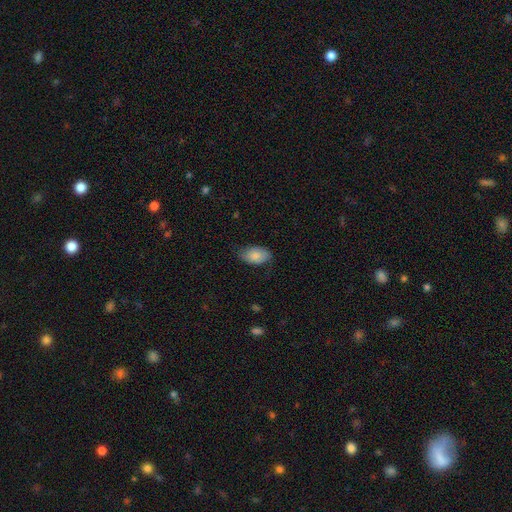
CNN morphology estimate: Q: Smooth or featured?
A: smooth (80%); runner-up: featured or disk (14%)
Q: How rounded?
A: in between (93%); runner-up: round (6%)
Q: Merging?
A: none (69%); runner-up: minor disturbance (25%)